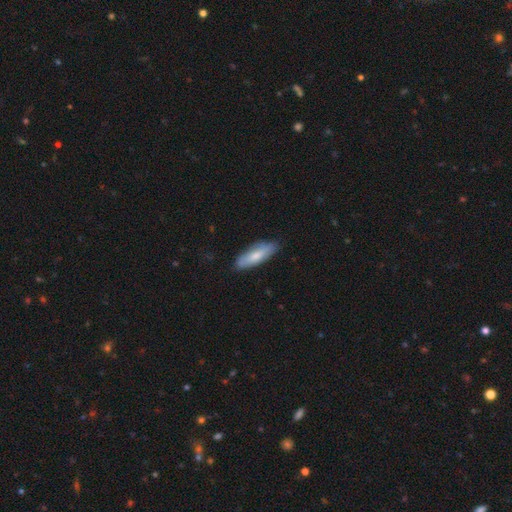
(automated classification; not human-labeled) Smooth or featured? Predicted: smooth (p=0.73). How rounded? Predicted: in between (p=0.57). Merging? Predicted: none (p=0.82).